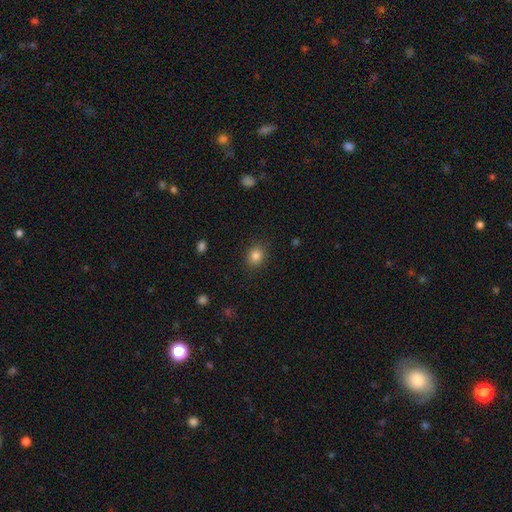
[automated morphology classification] This is clearly a smooth galaxy (84%). How rounded: likely round (71%). Merging: clearly none (87%).